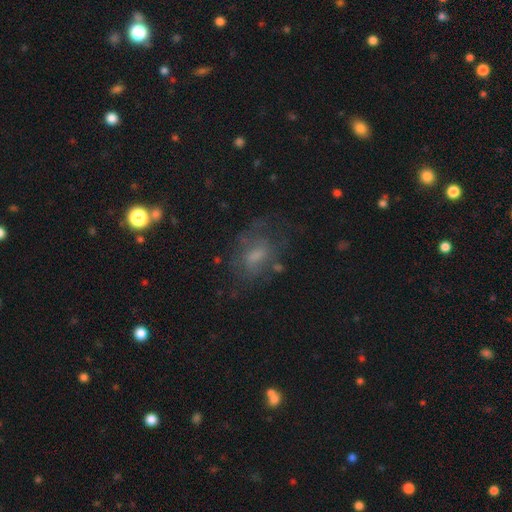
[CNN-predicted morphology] Q: Smooth or featured?
A: smooth (45%); runner-up: featured or disk (40%)
Q: Merging?
A: none (54%); runner-up: major disturbance (21%)